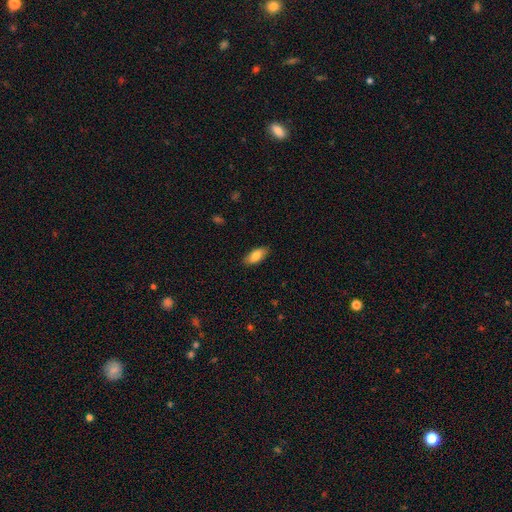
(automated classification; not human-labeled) This appears to be a smooth galaxy with no disk features (82%) that is in between round and cigar-shaped (87%). Merging: none (87%).